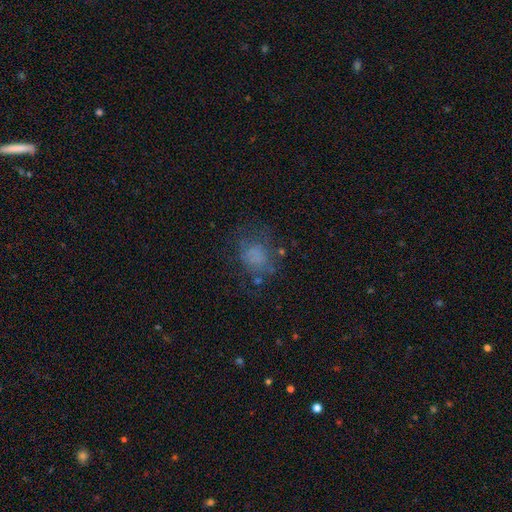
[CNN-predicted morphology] Smooth or featured: smooth — 57% (featured or disk — 24%)
How rounded: round — 58% (in between — 41%)
Merging: none — 55% (major disturbance — 22%)